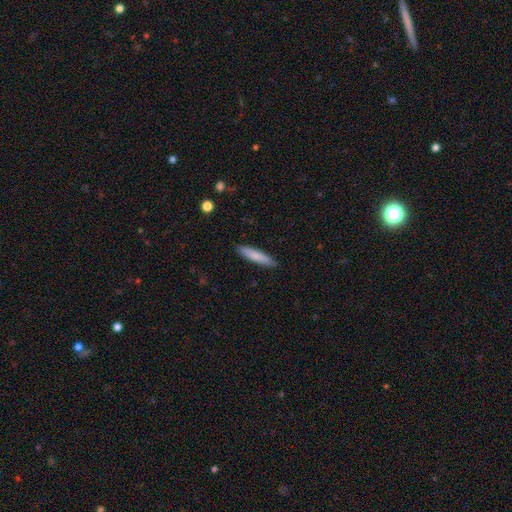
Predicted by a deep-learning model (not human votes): This appears to be a smooth galaxy with no disk features (80%) that is cigar-shaped (86%). Merging: none (89%).